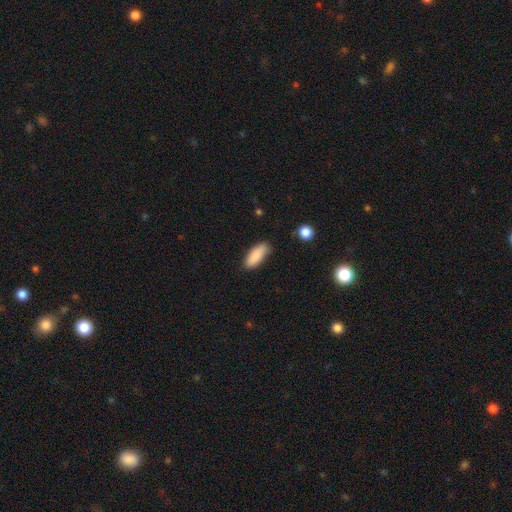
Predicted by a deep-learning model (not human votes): smooth-or-featured: smooth: 88% | star or artifact: 6% | featured or disk: 5%
  how-rounded: in between: 76% | cigar-shaped: 22% | round: 2%
  merging: none: 82% | minor disturbance: 14% | major disturbance: 3% | merger: 2%